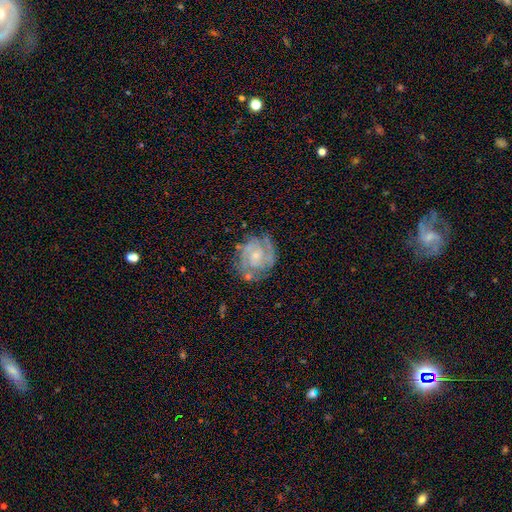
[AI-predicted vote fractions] A featured or disk galaxy (85%) with no bar (67%), 2 (57%) tight (62%) spiral arms (96%) and a small central bulge (68%).

Vote fractions:
- Smooth or featured? featured or disk: 85% / smooth: 9% / star or artifact: 6%
- Edge-on disk? no: 98% / yes: 2%
- Bar? no: 67% / weak: 28% / strong: 5%
- Spiral arms? yes: 96% / no: 4%
- Spiral winding? tight: 62% / medium: 32% / loose: 6%
- Spiral arm count? 2: 57% / 3: 17% / can't tell: 15% / 4: 4% / 1: 4% / more than 4: 3%
- Bulge size? small: 68% / moderate: 25% / none: 5% / large: 2% / dominant: 1%
- Merging? none: 72% / minor disturbance: 18% / major disturbance: 7% / merger: 3%